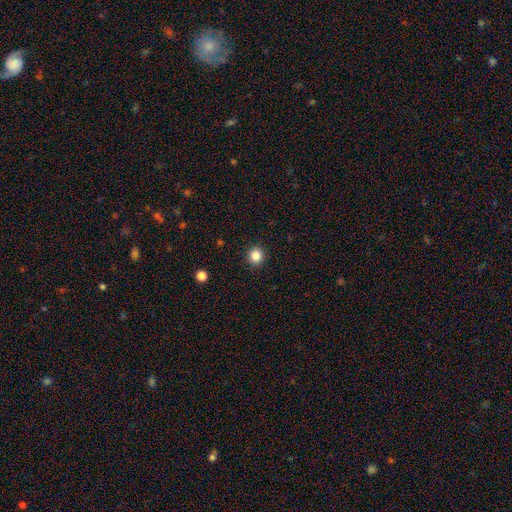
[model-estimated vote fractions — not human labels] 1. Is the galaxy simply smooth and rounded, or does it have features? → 85% smooth, 11% star or artifact, 4% featured or disk.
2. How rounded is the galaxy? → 91% round, 8% in between, 1% cigar-shaped.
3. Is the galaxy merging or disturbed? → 92% none, 5% minor disturbance, 2% major disturbance, 1% merger.